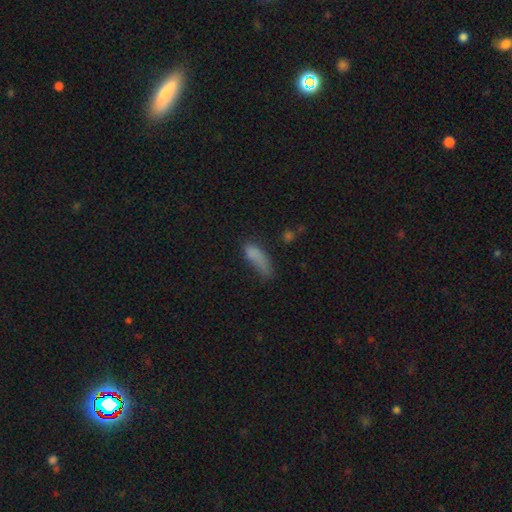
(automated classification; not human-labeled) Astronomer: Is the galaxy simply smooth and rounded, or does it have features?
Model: smooth — 77%.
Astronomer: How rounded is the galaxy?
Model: in between — 62%.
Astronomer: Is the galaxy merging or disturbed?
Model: none — 36% (runner-up: minor disturbance, 32%).